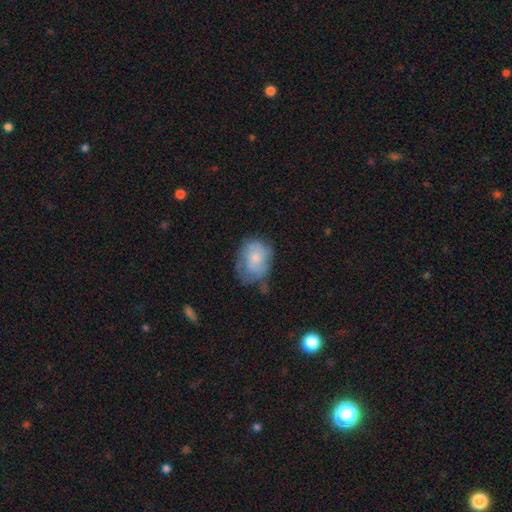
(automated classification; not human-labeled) This is likely a smooth galaxy (63%). How rounded: likely in between (63%). Merging: marginally minor disturbance (37%).